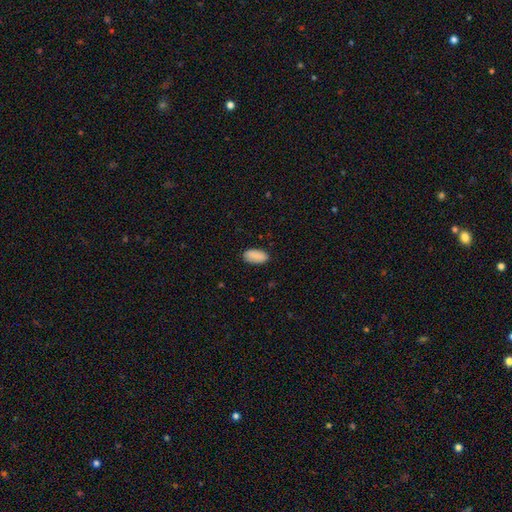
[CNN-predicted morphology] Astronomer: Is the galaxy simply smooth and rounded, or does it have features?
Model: smooth — 90%.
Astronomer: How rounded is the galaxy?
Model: in between — 93%.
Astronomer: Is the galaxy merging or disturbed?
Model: none — 86%.